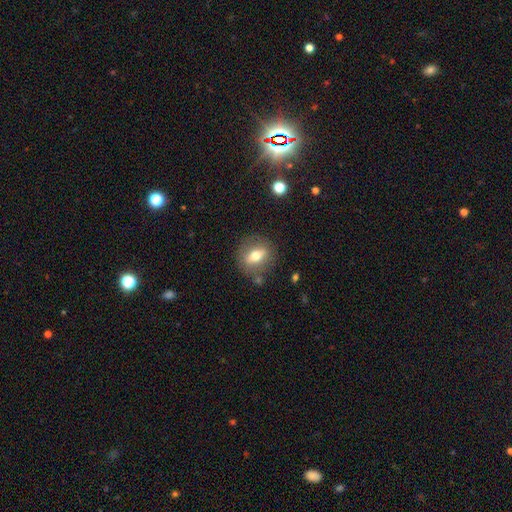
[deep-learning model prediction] A smooth galaxy with no disk features (60%) that is round (49%).

Vote fractions:
- Smooth or featured? smooth: 60% / featured or disk: 31% / star or artifact: 9%
- How rounded? round: 49% / in between: 46% / cigar-shaped: 5%
- Merging? none: 81% / minor disturbance: 12% / major disturbance: 4% / merger: 3%